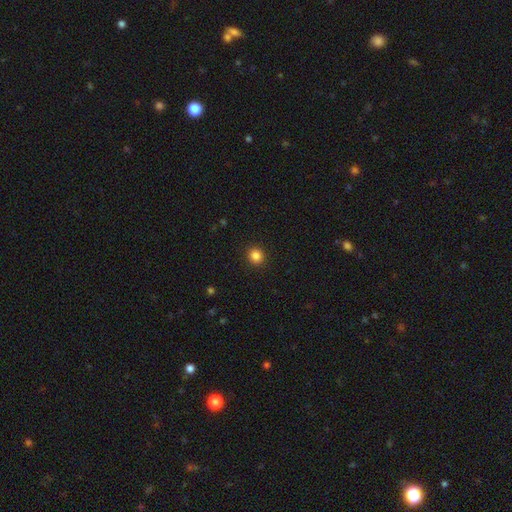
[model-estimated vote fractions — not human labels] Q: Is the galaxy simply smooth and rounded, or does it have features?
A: smooth — 85%.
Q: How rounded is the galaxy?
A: round — 89%.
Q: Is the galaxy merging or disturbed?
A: none — 92%.